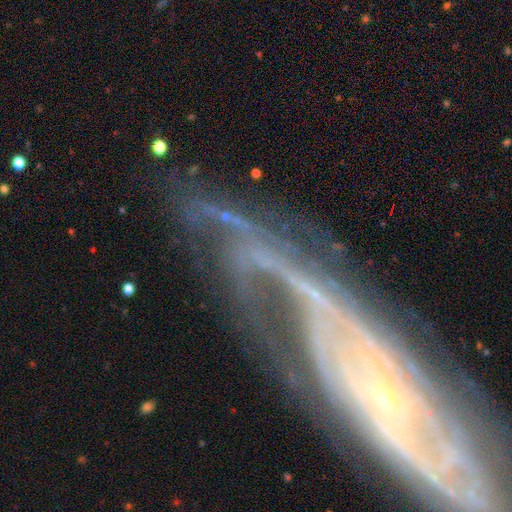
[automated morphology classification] Q: Smooth or featured?
A: featured or disk (69%); runner-up: star or artifact (21%)
Q: Edge-on disk?
A: no (83%); runner-up: yes (17%)
Q: Bar?
A: no (40%); runner-up: strong (34%)
Q: Spiral arms?
A: yes (80%); runner-up: no (20%)
Q: Bulge size?
A: small (49%); runner-up: none (29%)
Q: Merging?
A: none (50%); runner-up: major disturbance (26%)